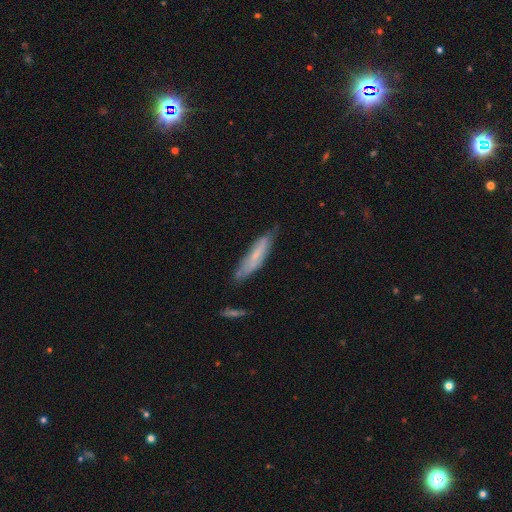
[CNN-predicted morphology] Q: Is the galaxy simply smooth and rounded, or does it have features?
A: smooth — 54%.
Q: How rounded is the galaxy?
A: cigar-shaped — 79%.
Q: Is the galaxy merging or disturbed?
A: none — 64%.